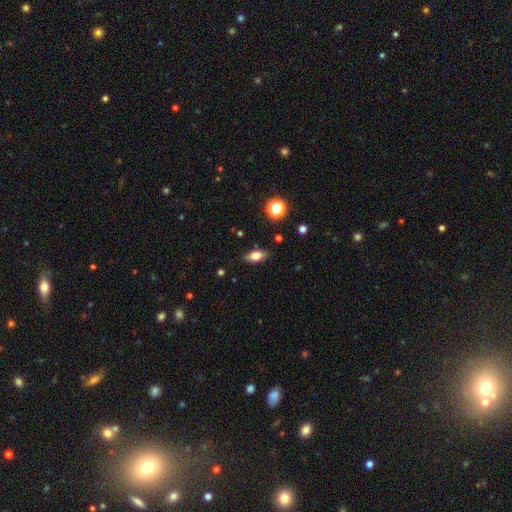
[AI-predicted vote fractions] Smooth or featured? smooth (67%)
How rounded? in between (80%)
Merging? none (85%)